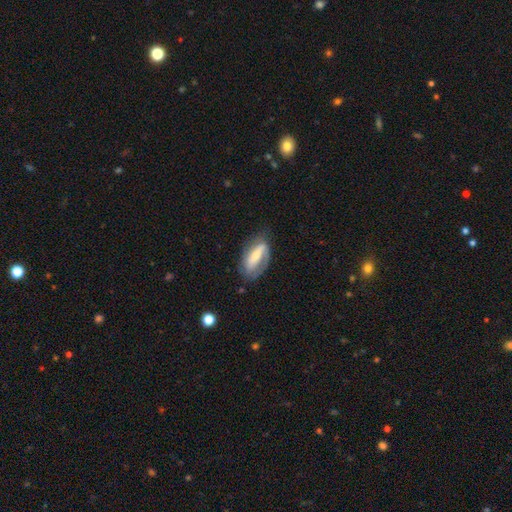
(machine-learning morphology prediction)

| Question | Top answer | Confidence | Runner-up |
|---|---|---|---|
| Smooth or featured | featured or disk | 63% | smooth (31%) |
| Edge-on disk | no | 89% | yes (11%) |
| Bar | strong | 51% | weak (27%) |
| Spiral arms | yes | 79% | no (21%) |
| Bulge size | small | 44% | moderate (38%) |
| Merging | none | 59% | minor disturbance (24%) |